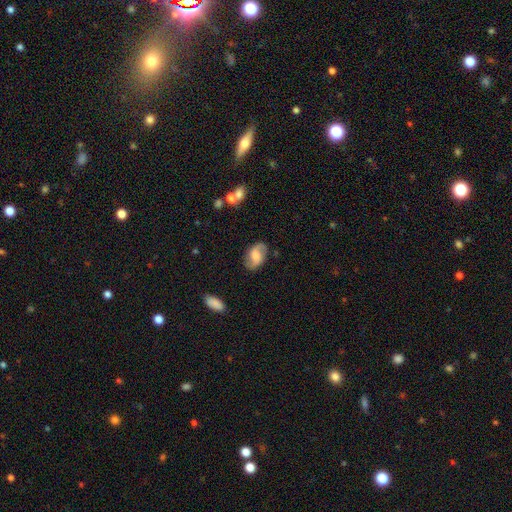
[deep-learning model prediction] Overall: featured or disk (58%; smooth 35%). Edge-on disk: no (96%). Bar: weak (46%; no 40%). Spiral arms: yes (89%). Bulge size: moderate (40%; large 22%). Merging: none (79%).